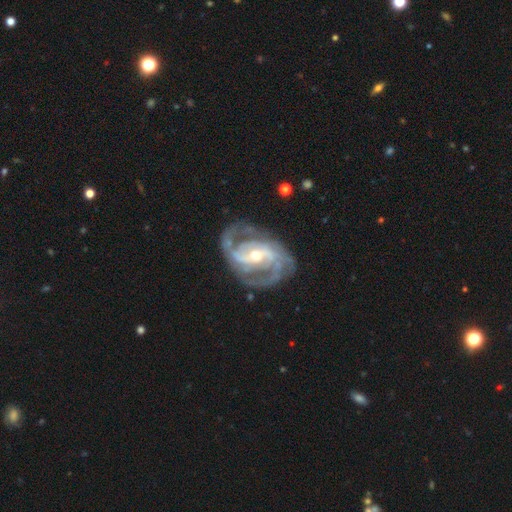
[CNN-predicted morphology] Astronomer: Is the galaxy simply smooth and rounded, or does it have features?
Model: featured or disk — 92%.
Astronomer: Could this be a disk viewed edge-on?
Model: no — 97%.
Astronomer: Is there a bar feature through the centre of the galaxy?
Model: strong — 42% (runner-up: weak, 39%).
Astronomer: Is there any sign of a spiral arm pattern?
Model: yes — 97%.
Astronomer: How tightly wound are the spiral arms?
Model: medium — 51% (runner-up: tight, 36%).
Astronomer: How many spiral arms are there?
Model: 2 — 55%.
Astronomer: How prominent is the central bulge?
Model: small — 48%, tied with moderate at 48%.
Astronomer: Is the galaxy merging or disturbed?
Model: none — 71%.